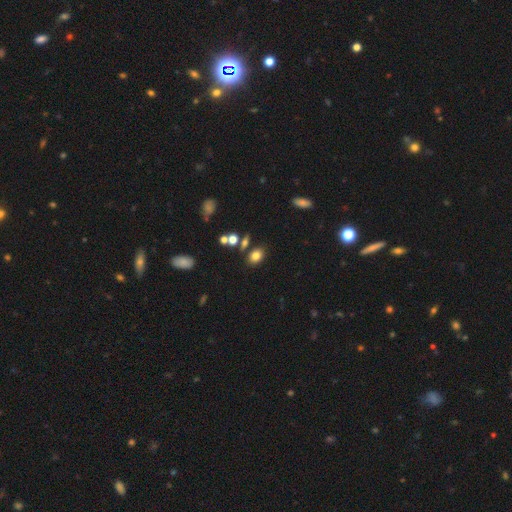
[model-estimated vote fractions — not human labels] The model was most divided on "how rounded": in between: 71%, round: 28%, cigar-shaped: 2%. More confident: smooth or featured — smooth (79%); merging — none (74%).